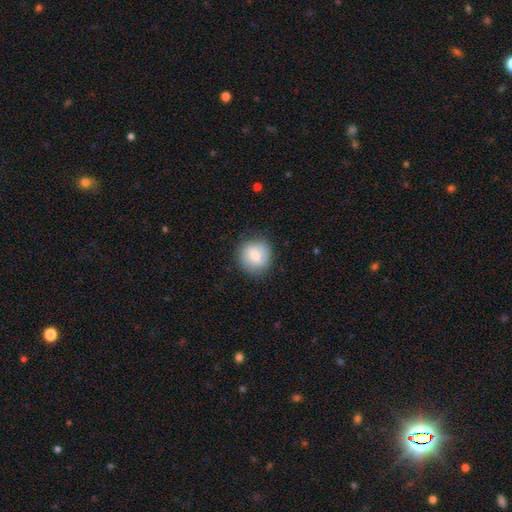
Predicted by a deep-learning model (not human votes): smooth 79%, featured or disk 13%, star or artifact 8%. Down the decision tree: how rounded — round (90%); merging — none (85%).